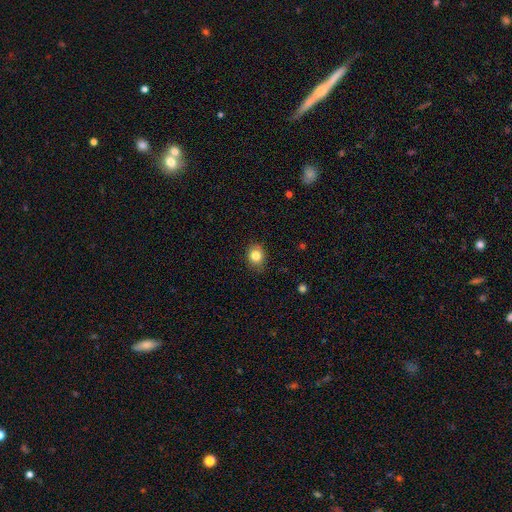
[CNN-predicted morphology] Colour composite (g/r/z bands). It shows a smooth galaxy with no disk features (83%) that is round (66%). Merging: none (83%).